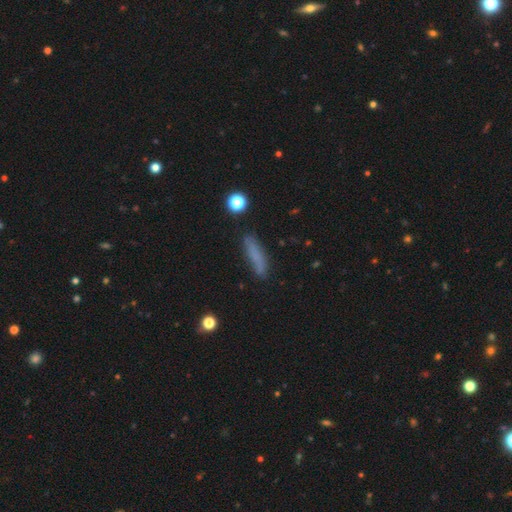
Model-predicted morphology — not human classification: type=smooth (74%); roundness=cigar-shaped (76%); merging=none (77%).